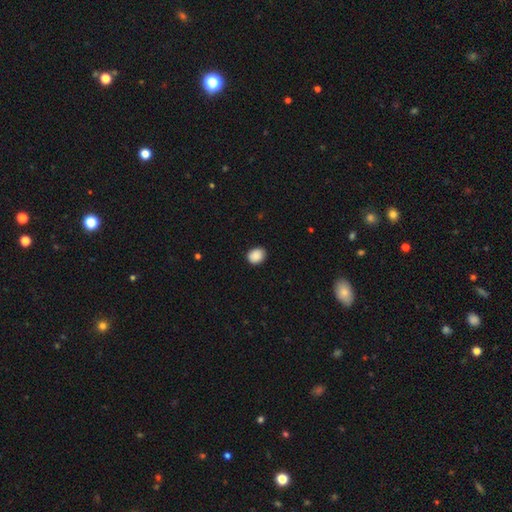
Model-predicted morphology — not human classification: Smooth or featured?
  - smooth: 89% *
  - star or artifact: 8%
  - featured or disk: 3%
How rounded?
  - round: 55% *
  - in between: 44%
  - cigar-shaped: 1%
Merging?
  - none: 86% *
  - minor disturbance: 11%
  - major disturbance: 2%
  - merger: 1%